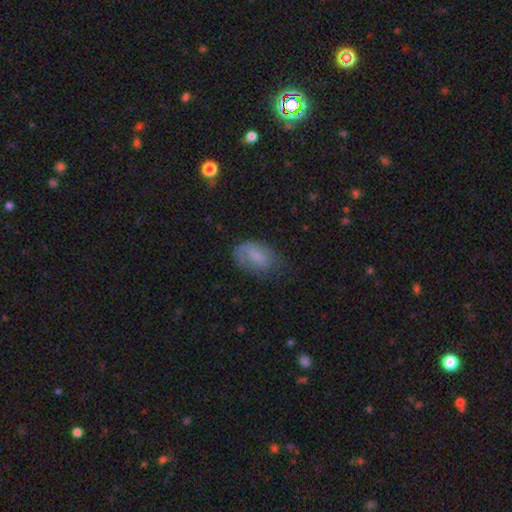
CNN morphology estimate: Q: Smooth or featured?
A: smooth (64%); runner-up: featured or disk (28%)
Q: How rounded?
A: in between (88%); runner-up: round (9%)
Q: Merging?
A: none (45%); runner-up: minor disturbance (33%)